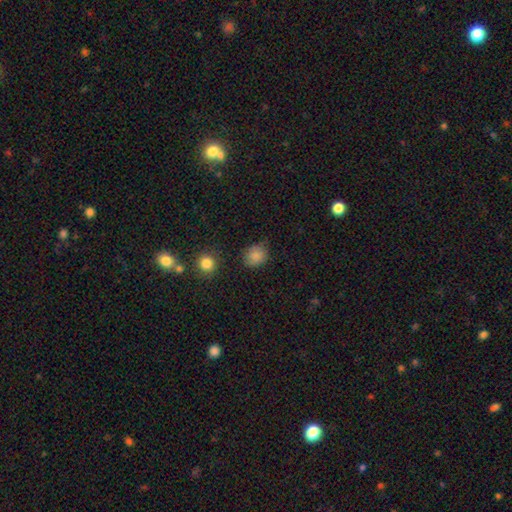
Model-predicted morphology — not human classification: type=smooth (85%); roundness=round (73%); merging=none (74%).